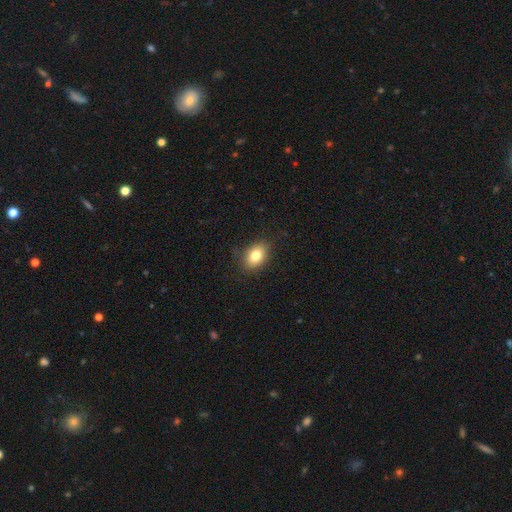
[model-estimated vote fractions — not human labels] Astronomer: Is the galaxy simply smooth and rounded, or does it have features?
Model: smooth — 80%.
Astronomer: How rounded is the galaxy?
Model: in between — 78%.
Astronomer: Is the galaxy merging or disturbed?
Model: none — 82%.